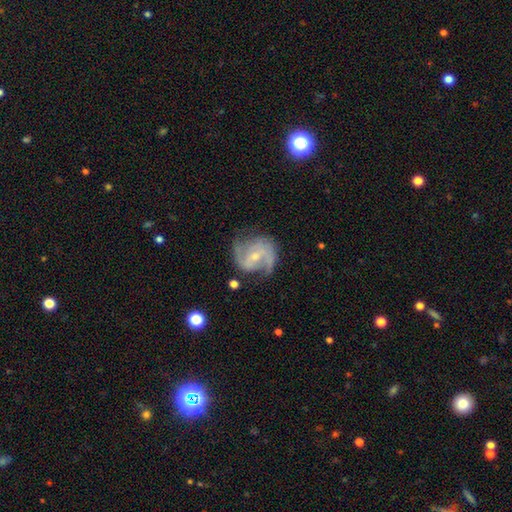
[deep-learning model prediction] A featured or disk galaxy (83%) with a weak bar (47%), 2 (73%) medium (48%) spiral arms (92%) and a small central bulge (61%).

Vote fractions:
- Smooth or featured? featured or disk: 83% / smooth: 11% / star or artifact: 6%
- Edge-on disk? no: 97% / yes: 3%
- Bar? weak: 47% / no: 33% / strong: 20%
- Spiral arms? yes: 92% / no: 8%
- Spiral winding? medium: 48% / loose: 26% / tight: 26%
- Spiral arm count? 2: 73% / can't tell: 12% / 3: 6% / 1: 5% / 4: 2% / more than 4: 2%
- Bulge size? small: 61% / moderate: 34% / none: 3% / large: 1% / dominant: 1%
- Merging? none: 62% / minor disturbance: 22% / major disturbance: 13% / merger: 2%